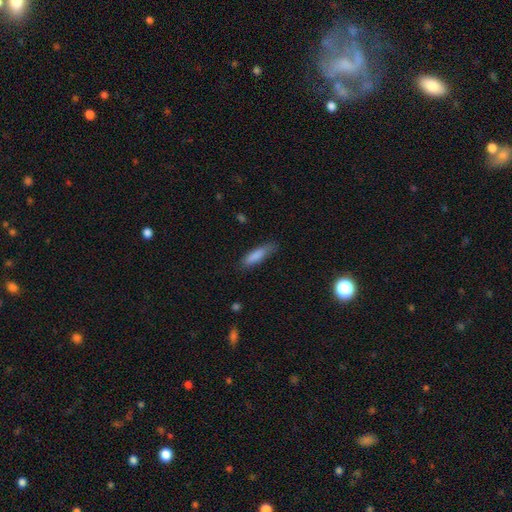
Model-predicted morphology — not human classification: Overall: smooth (86%). How rounded: cigar-shaped (63%; in between 36%). Merging: none (73%).